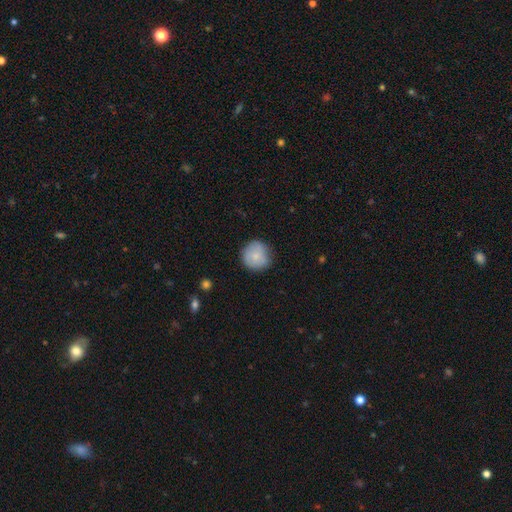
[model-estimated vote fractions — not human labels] smooth_or_featured: smooth (p=0.79) [alt: featured or disk p=0.14]
how_rounded: round (p=0.93) [alt: in between p=0.06]
merging: none (p=0.78) [alt: minor disturbance p=0.17]